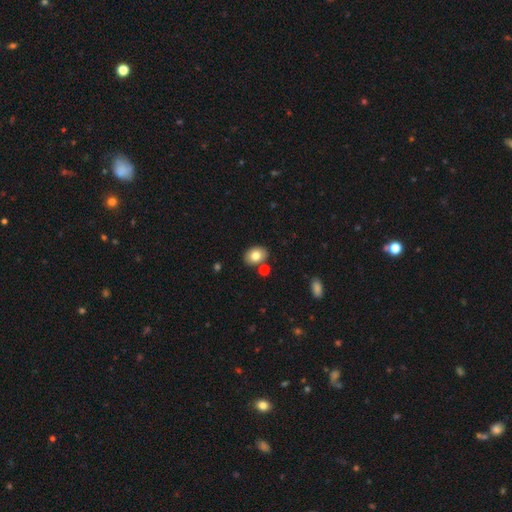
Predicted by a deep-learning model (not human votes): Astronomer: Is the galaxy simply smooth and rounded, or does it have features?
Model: smooth — 79%.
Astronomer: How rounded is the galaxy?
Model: in between — 69%.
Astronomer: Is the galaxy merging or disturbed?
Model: none — 80%.